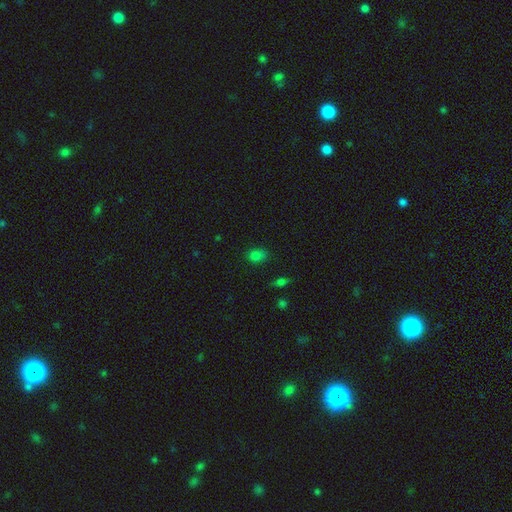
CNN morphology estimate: smooth_or_featured: smooth (p=0.75) [alt: star or artifact p=0.19]
how_rounded: in between (p=0.57) [alt: round p=0.42]
merging: none (p=0.67) [alt: minor disturbance p=0.22]